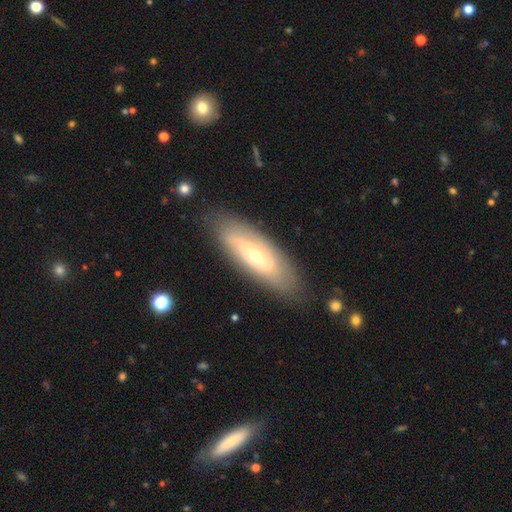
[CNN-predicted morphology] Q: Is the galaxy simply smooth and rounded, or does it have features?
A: featured or disk — 56%.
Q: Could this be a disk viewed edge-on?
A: no — 74%.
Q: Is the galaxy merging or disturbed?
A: none — 82%.